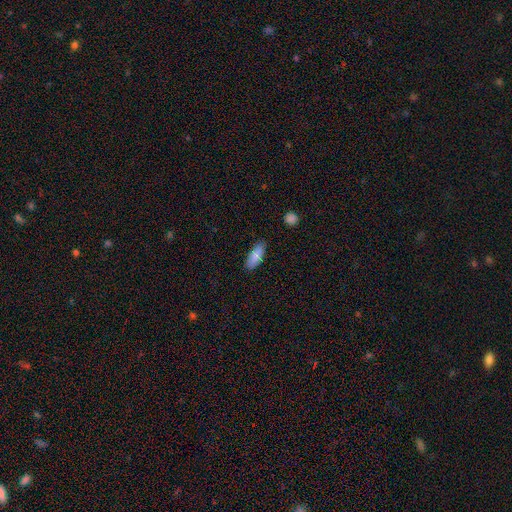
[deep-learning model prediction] Smooth or featured: smooth — 83% (featured or disk — 11%)
How rounded: in between — 77% (cigar-shaped — 21%)
Merging: none — 82% (minor disturbance — 14%)